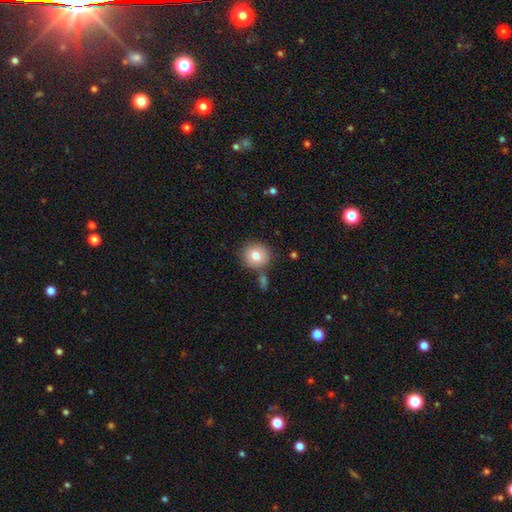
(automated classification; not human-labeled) smooth 79%, featured or disk 12%, star or artifact 10%. Down the decision tree: how rounded — round (91%); merging — none (74%).